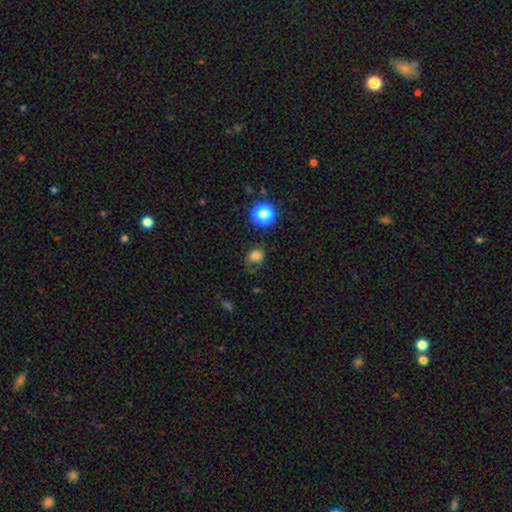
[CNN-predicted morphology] A smooth galaxy with no disk features (77%) that is round (64%). Merging: none (55%).